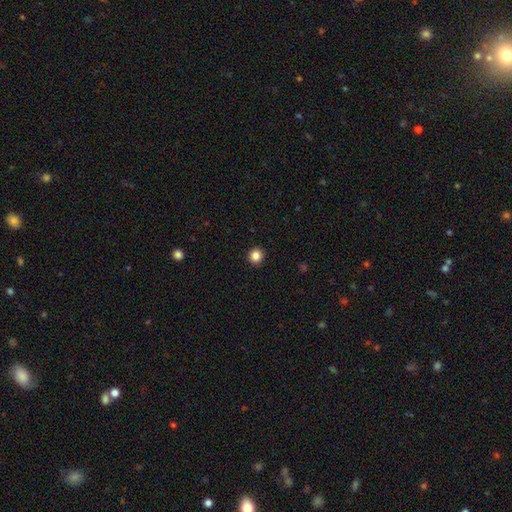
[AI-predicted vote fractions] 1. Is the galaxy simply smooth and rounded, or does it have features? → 85% smooth, 11% star or artifact, 3% featured or disk.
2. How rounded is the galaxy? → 95% round, 4% in between, 1% cigar-shaped.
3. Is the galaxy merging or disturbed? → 94% none, 4% minor disturbance, 1% major disturbance, 1% merger.